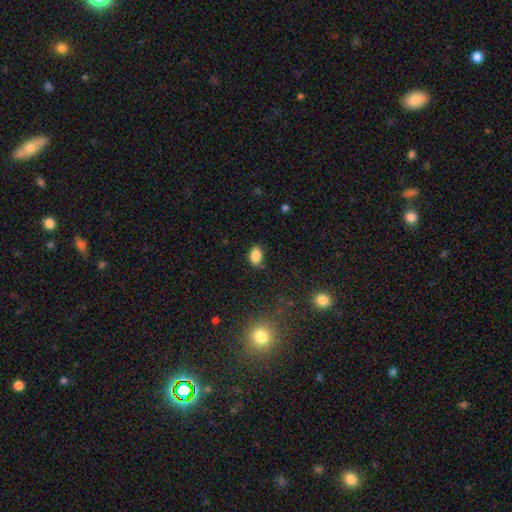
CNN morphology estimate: smooth 84%, star or artifact 10%, featured or disk 7%. Down the decision tree: how rounded — in between (85%); merging — none (69%).